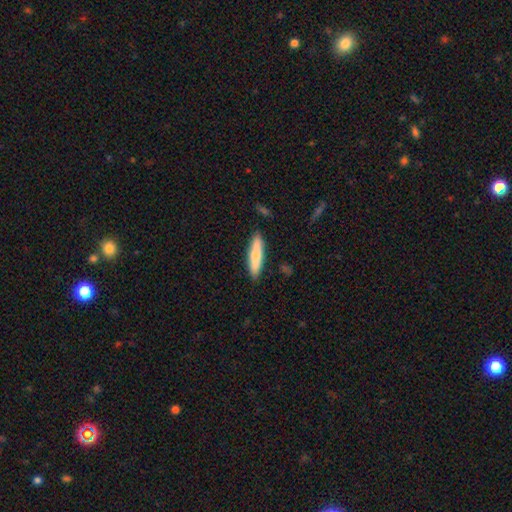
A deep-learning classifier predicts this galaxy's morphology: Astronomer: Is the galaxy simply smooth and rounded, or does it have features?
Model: smooth — 69%.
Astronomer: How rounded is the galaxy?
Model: cigar-shaped — 78%.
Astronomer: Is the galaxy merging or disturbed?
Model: none — 87%.